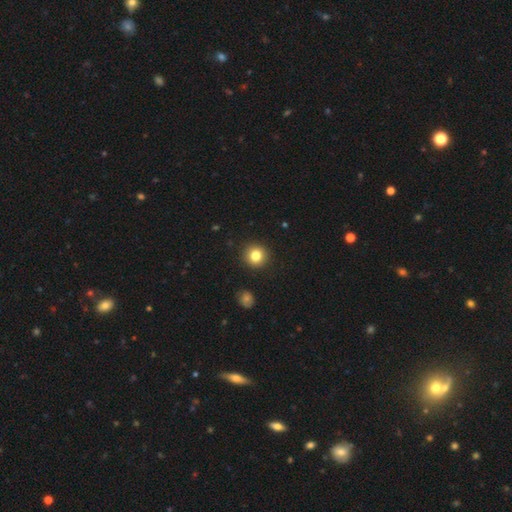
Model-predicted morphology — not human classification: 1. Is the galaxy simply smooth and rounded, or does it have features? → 81% smooth, 12% star or artifact, 7% featured or disk.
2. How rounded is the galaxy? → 94% round, 6% in between, 1% cigar-shaped.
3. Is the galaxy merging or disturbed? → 92% none, 5% minor disturbance, 2% major disturbance, 1% merger.